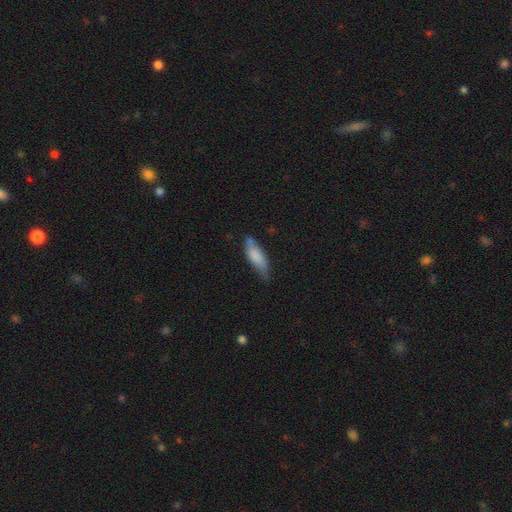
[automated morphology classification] A smooth galaxy with no disk features (79%) that is in between round and cigar-shaped (59%).

Vote fractions:
- Smooth or featured? smooth: 79% / featured or disk: 15% / star or artifact: 6%
- How rounded? in between: 59% / cigar-shaped: 39% / round: 2%
- Merging? none: 57% / minor disturbance: 33% / major disturbance: 6% / merger: 3%